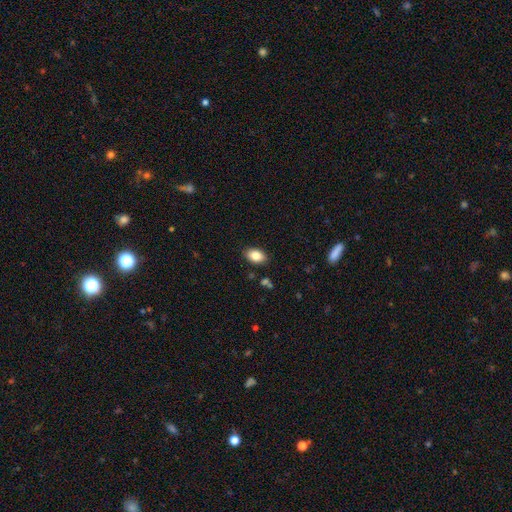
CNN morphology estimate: smooth-or-featured: smooth: 85% | star or artifact: 8% | featured or disk: 7%
  how-rounded: in between: 89% | round: 10% | cigar-shaped: 1%
  merging: none: 87% | minor disturbance: 9% | major disturbance: 2% | merger: 2%